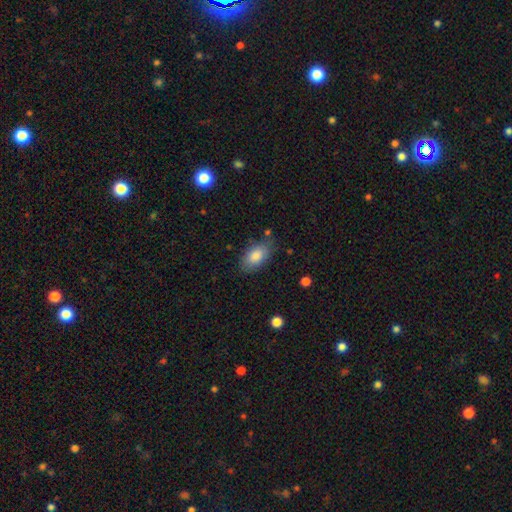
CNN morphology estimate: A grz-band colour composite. It shows a smooth galaxy with no disk features (85%) that is in between round and cigar-shaped (92%). Merging: none (75%).